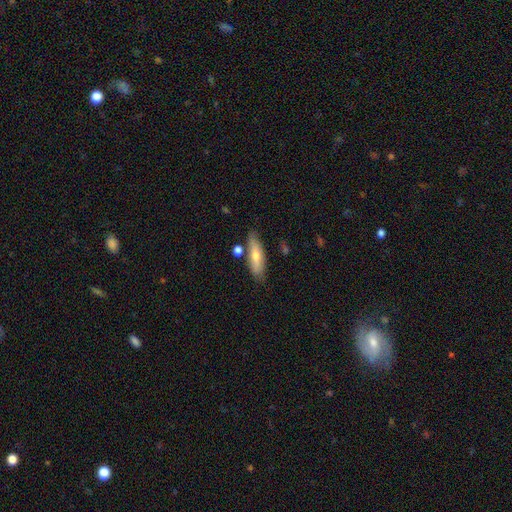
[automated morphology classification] Q: Smooth or featured?
A: smooth (61%); runner-up: featured or disk (33%)
Q: How rounded?
A: in between (49%); tied with: cigar-shaped (49%)
Q: Merging?
A: none (71%); runner-up: minor disturbance (17%)